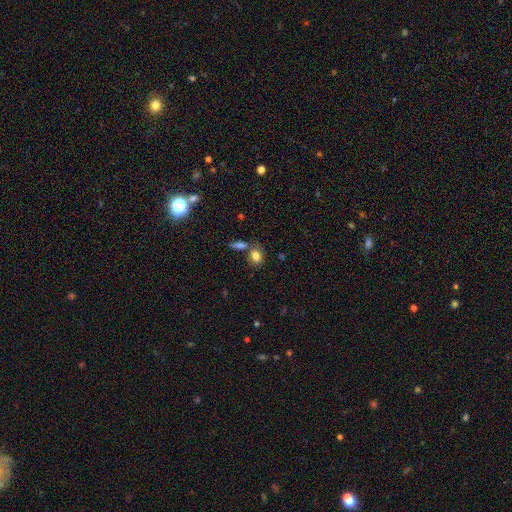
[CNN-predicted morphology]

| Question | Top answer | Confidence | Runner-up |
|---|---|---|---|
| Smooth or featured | smooth | 81% | star or artifact (10%) |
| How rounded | in between | 64% | round (34%) |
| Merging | none | 57% | merger (25%) |